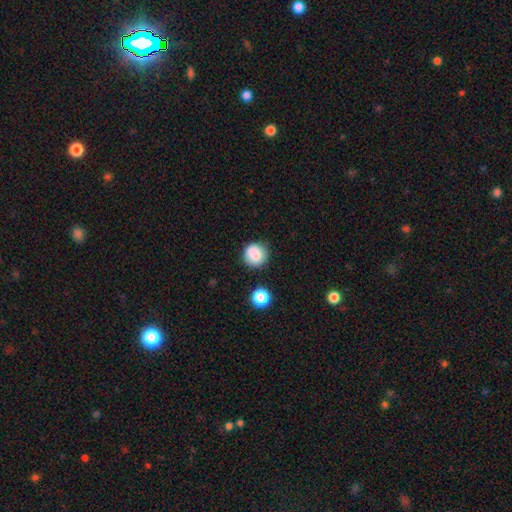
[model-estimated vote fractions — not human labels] This appears to be a smooth galaxy with no disk features (83%) that is round (92%). Merging: none (79%).